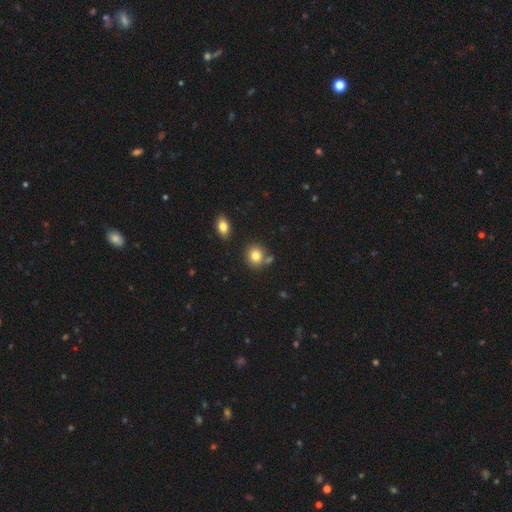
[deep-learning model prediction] Overall: smooth (82%). How rounded: round (76%). Merging: none (73%).